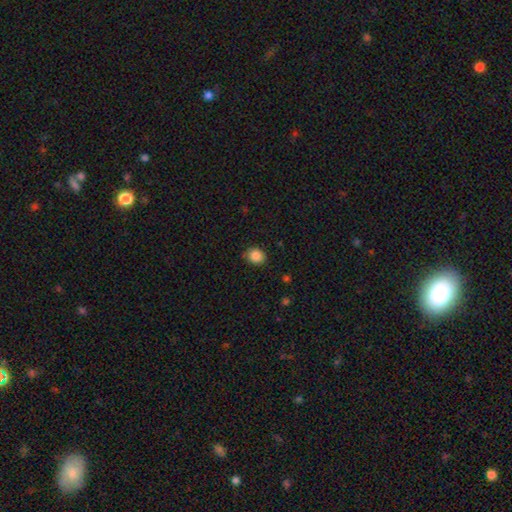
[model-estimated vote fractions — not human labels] Overall: smooth (87%). How rounded: round (67%; in between 33%). Merging: none (85%).